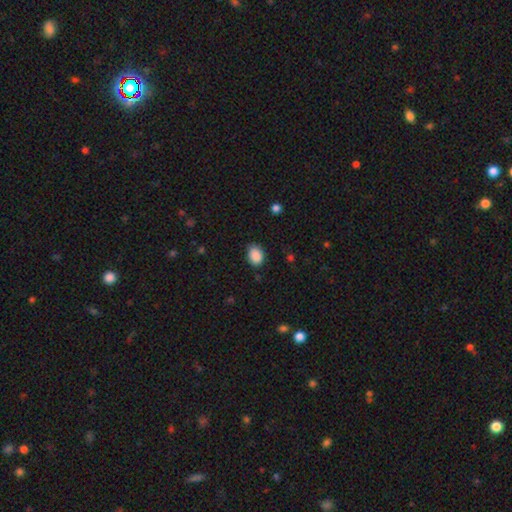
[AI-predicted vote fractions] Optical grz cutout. It shows a smooth galaxy with no disk features (88%) that is in between round and cigar-shaped (70%). Merging: none (78%).